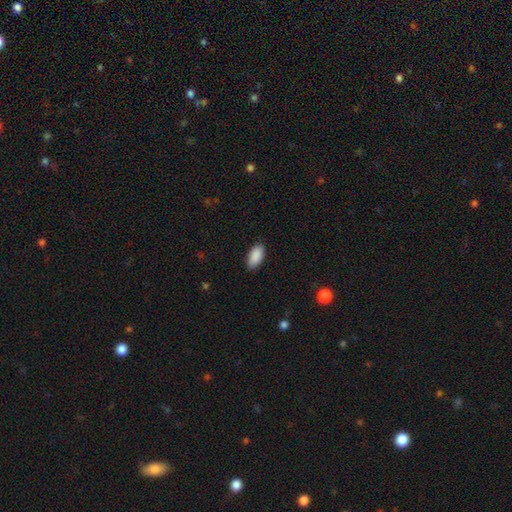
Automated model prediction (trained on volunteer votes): smooth-or-featured: smooth: 91% | star or artifact: 6% | featured or disk: 3%
  how-rounded: in between: 94% | cigar-shaped: 3% | round: 2%
  merging: none: 87% | minor disturbance: 10% | major disturbance: 2% | merger: 1%